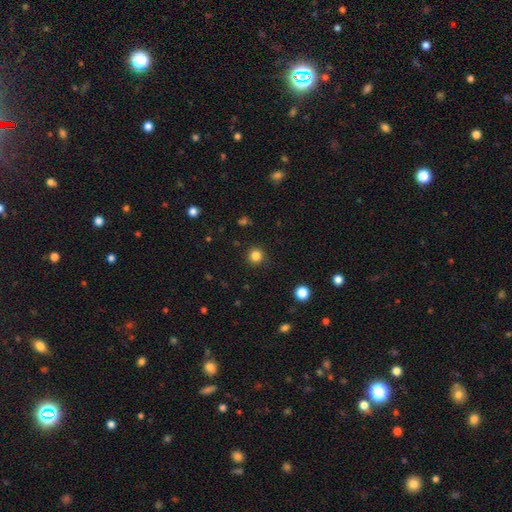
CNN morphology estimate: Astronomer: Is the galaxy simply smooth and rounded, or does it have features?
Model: smooth — 83%.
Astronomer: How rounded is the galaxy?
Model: round — 95%.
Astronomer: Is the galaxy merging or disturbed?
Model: none — 91%.